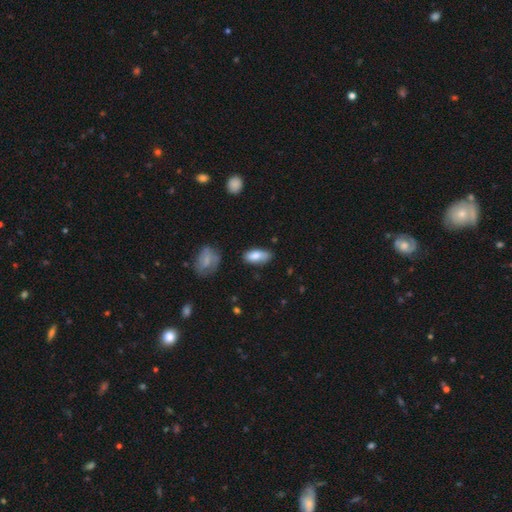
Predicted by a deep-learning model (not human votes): A smooth galaxy with no disk features (79%) that is in between round and cigar-shaped (86%). Merging: none (68%).